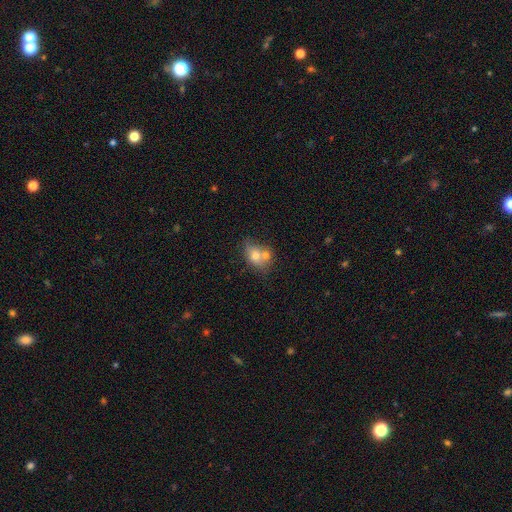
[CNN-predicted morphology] This is likely a smooth galaxy (66%). How rounded: possibly in between (54%). Merging: possibly merger (56%).